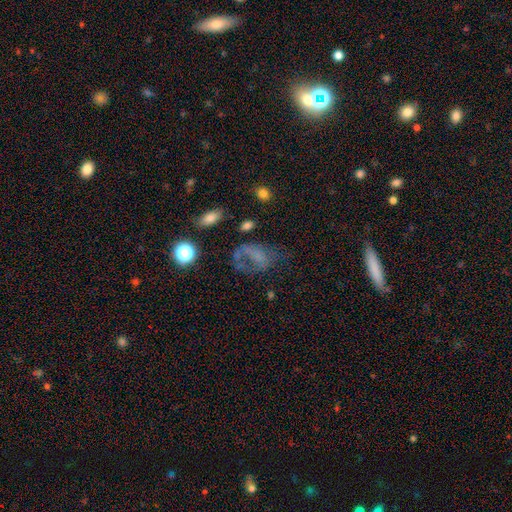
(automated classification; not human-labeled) Smooth or featured: featured or disk — 42% (smooth — 37%)
Merging: major disturbance — 37% (tied with none — 37%)